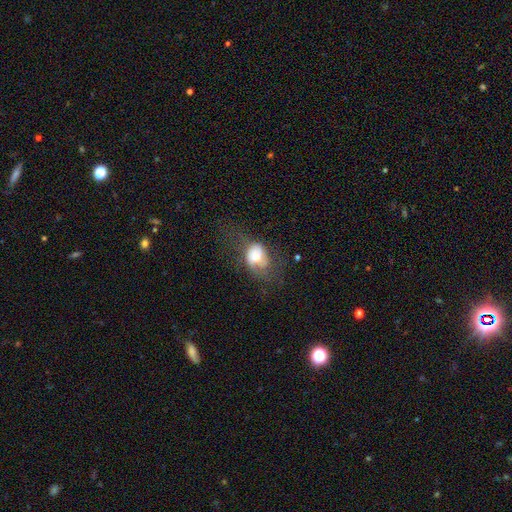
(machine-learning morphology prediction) A smooth galaxy with no disk features (61%) that is in between round and cigar-shaped (67%). Merging: major disturbance (39%).